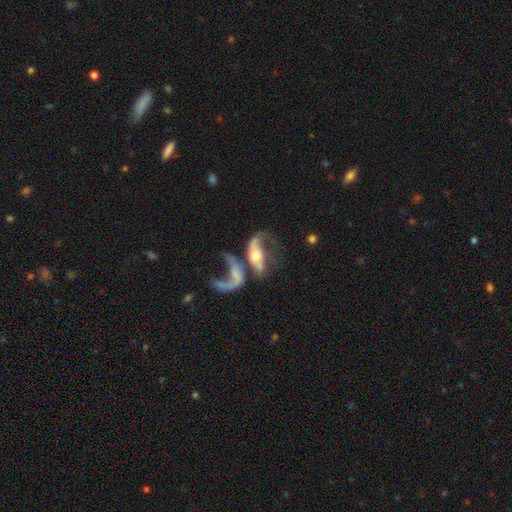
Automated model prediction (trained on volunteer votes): Smooth or featured: featured or disk — 68% (smooth — 24%)
Edge-on disk: no — 89% (yes — 11%)
Bar: no — 59% (weak — 24%)
Spiral arms: yes — 66% (no — 34%)
Bulge size: moderate — 55% (small — 29%)
Merging: major disturbance — 38% (merger — 36%)